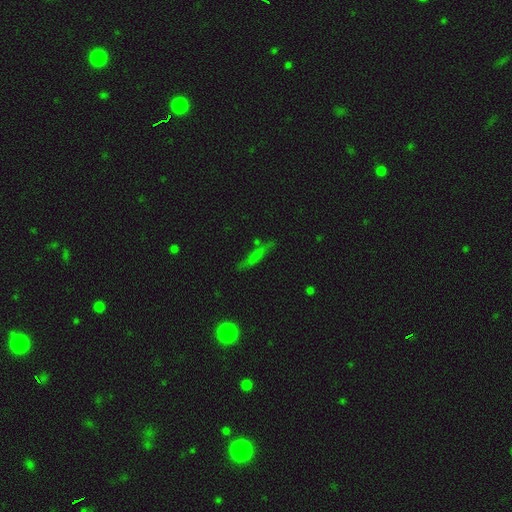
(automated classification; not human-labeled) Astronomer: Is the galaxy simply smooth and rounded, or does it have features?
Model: smooth — 60%.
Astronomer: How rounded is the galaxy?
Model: cigar-shaped — 83%.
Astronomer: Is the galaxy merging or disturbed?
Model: none — 71%.